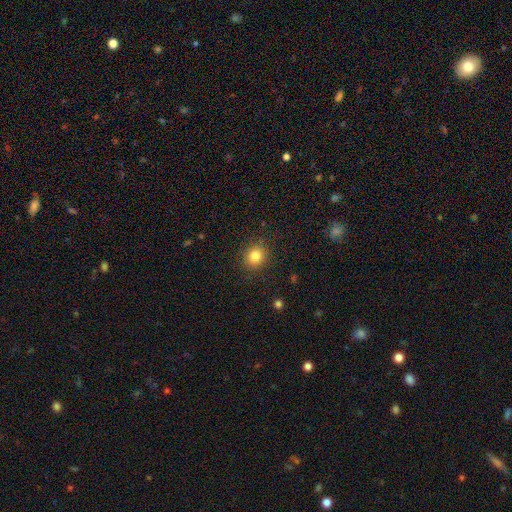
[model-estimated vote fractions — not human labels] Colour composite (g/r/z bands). It shows a smooth galaxy with no disk features (82%) that is round (83%). Merging: none (90%).